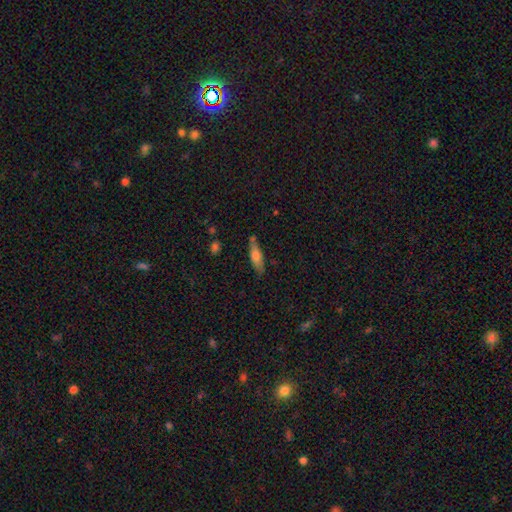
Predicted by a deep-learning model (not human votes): Morphology: type=smooth (69%); roundness=cigar-shaped (60%); merging=none (70%).